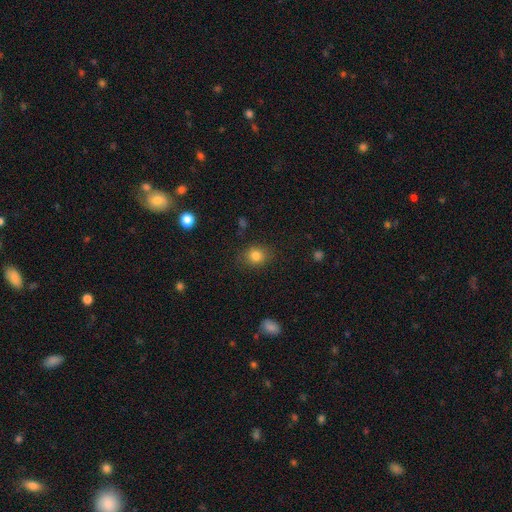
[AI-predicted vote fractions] This appears to be a smooth galaxy with no disk features (81%) that is round (68%). Merging: none (84%).